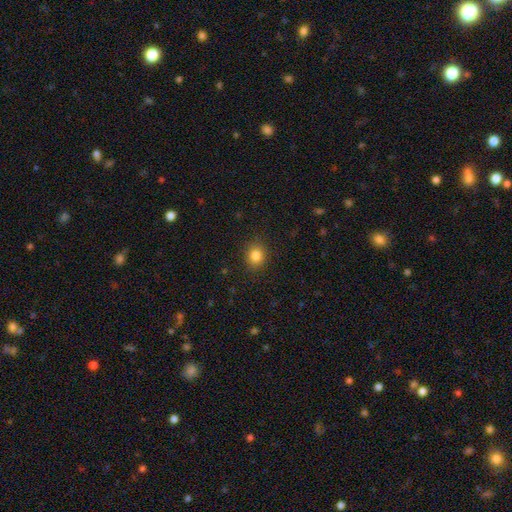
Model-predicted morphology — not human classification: A smooth galaxy with no disk features (83%) that is round (67%).

Vote fractions:
- Smooth or featured? smooth: 83% / star or artifact: 11% / featured or disk: 5%
- How rounded? round: 67% / in between: 32% / cigar-shaped: 1%
- Merging? none: 89% / minor disturbance: 8% / major disturbance: 2% / merger: 1%